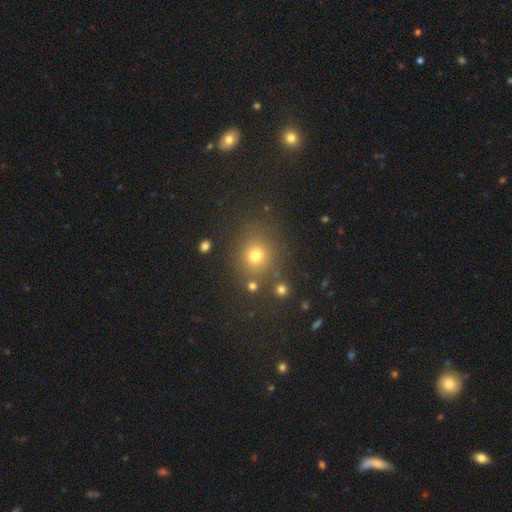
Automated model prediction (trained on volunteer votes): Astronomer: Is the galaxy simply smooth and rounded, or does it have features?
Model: smooth — 70%.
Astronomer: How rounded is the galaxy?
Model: round — 81%.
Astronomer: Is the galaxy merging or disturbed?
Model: none — 80%.